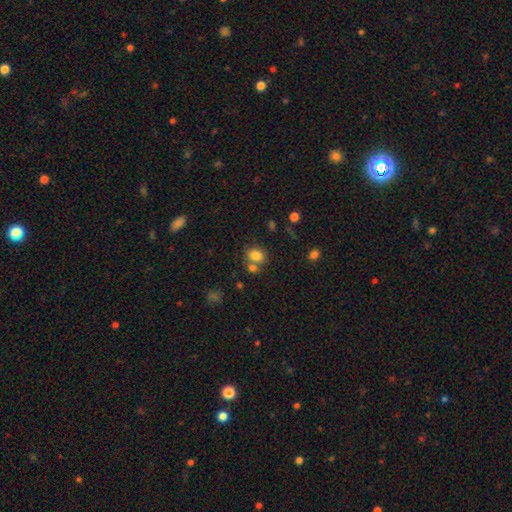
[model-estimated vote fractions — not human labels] The model was most divided on "how rounded": in between: 58%, round: 41%, cigar-shaped: 1%. More confident: smooth or featured — smooth (81%); merging — none (55%).